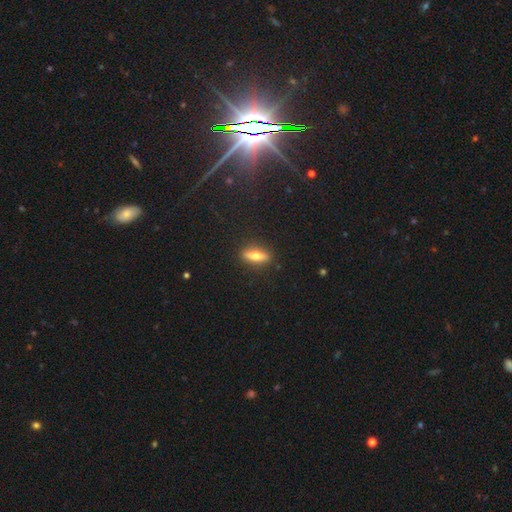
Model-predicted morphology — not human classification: A smooth galaxy with no disk features (50%) that is cigar-shaped (55%).

Vote fractions:
- Smooth or featured? smooth: 50% / featured or disk: 41% / star or artifact: 9%
- How rounded? cigar-shaped: 55% / in between: 40% / round: 5%
- Merging? none: 89% / minor disturbance: 8% / major disturbance: 2% / merger: 1%